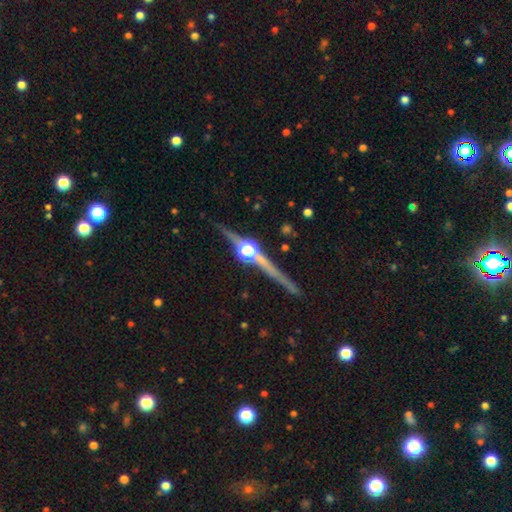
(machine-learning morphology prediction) Smooth or featured? Predicted: featured or disk (p=0.78). Edge-on disk? Predicted: yes (p=0.97). Edge-on bulge? Predicted: rounded (p=0.82). Merging? Predicted: none (p=0.84).